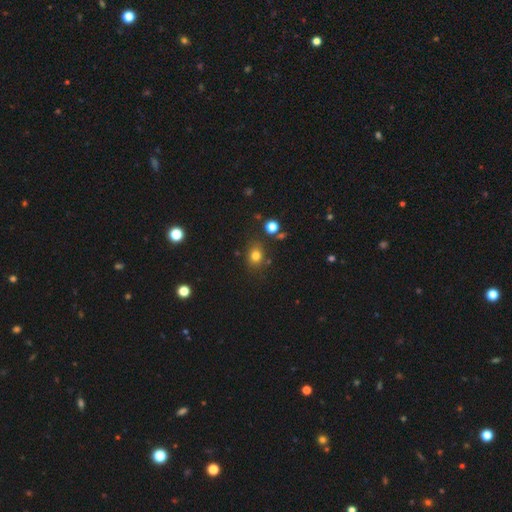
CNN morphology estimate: type=smooth (78%); roundness=round (59%); merging=none (79%).